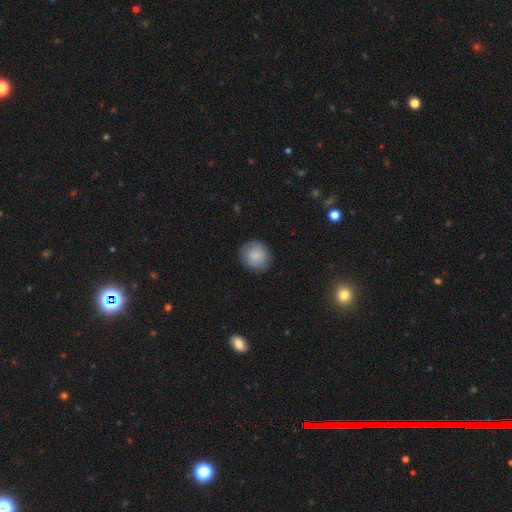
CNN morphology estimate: smooth-or-featured: smooth: 81% | featured or disk: 12% | star or artifact: 7%
  how-rounded: round: 82% | in between: 17% | cigar-shaped: 1%
  merging: none: 85% | minor disturbance: 11% | major disturbance: 3% | merger: 1%